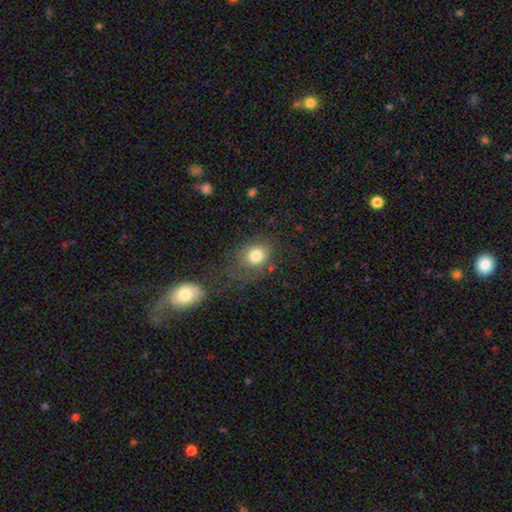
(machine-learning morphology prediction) type=smooth (78%); roundness=round (66%); merging=none (56%).